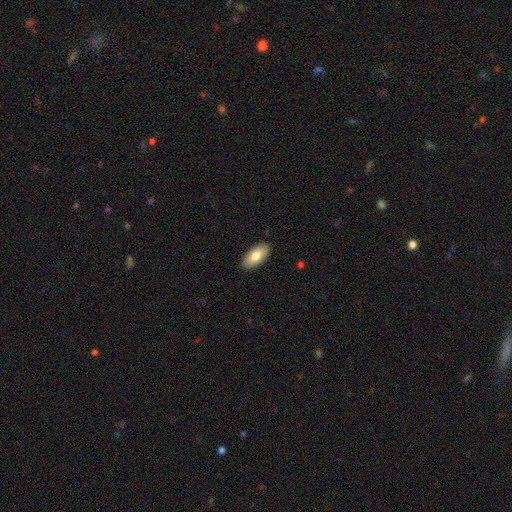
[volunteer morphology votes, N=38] Volunteers were most divided on "how rounded": in between: 91%, cigar-shaped: 9%, round: 0%. More confident: merging — none (95%); smooth or featured — smooth (92%).